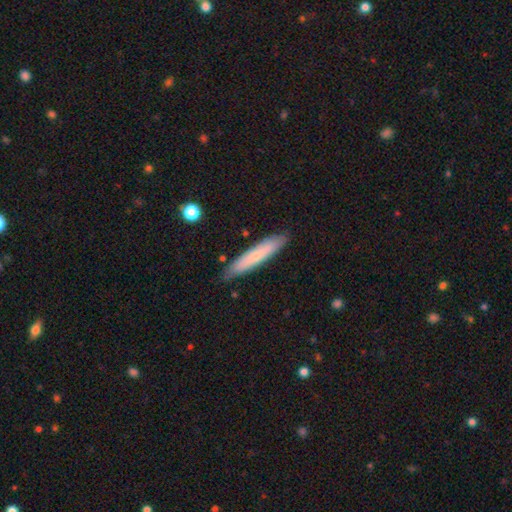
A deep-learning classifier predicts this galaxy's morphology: smooth 66%, featured or disk 28%, star or artifact 6%. Down the decision tree: how rounded — cigar-shaped (90%); merging — none (87%).